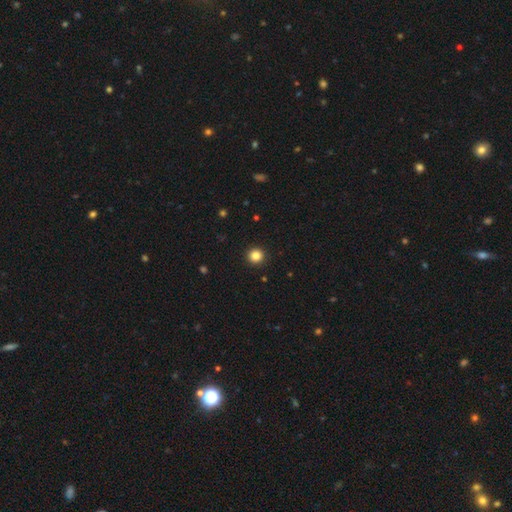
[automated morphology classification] smooth 85%, star or artifact 11%, featured or disk 4%. Down the decision tree: how rounded — round (95%); merging — none (94%).